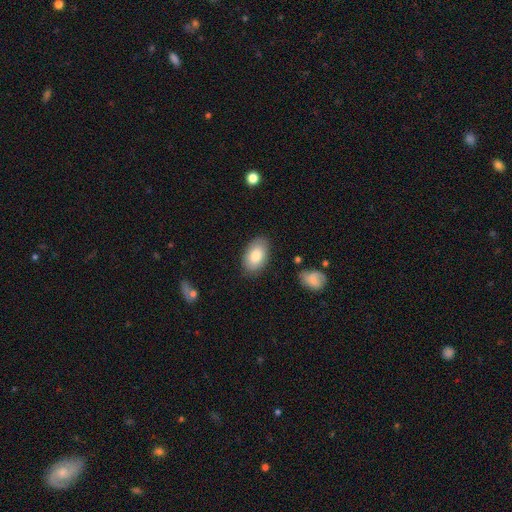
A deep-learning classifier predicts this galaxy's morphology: This appears to be a smooth galaxy with no disk features (82%) that is in between round and cigar-shaped (93%). Merging: none (84%).